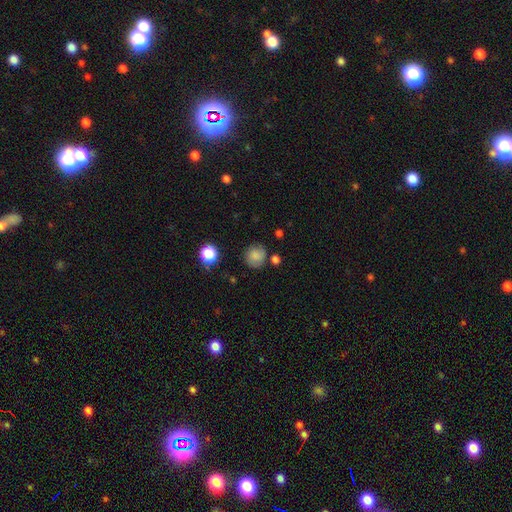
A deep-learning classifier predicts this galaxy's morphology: Smooth or featured? smooth (79%)
How rounded? round (88%)
Merging? none (75%)